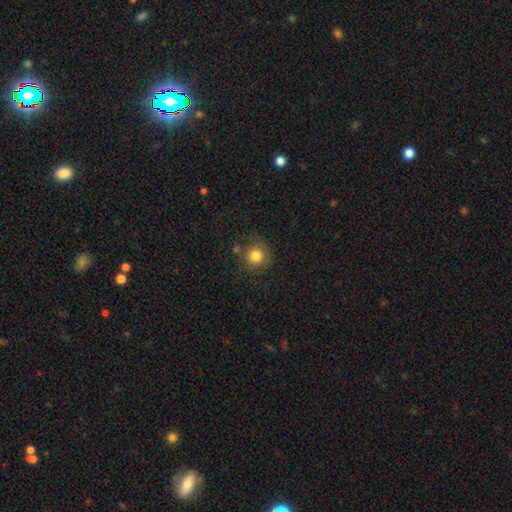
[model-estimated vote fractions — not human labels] Smooth or featured? Predicted: smooth (p=0.81). How rounded? Predicted: round (p=0.92). Merging? Predicted: none (p=0.75).